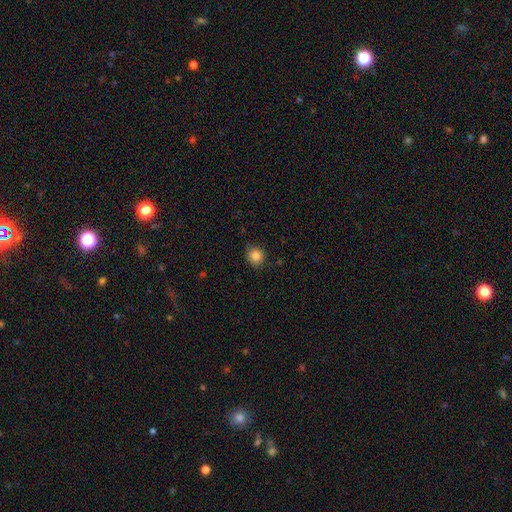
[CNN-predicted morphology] This is clearly a smooth galaxy (85%). How rounded: clearly round (88%). Merging: clearly none (84%).